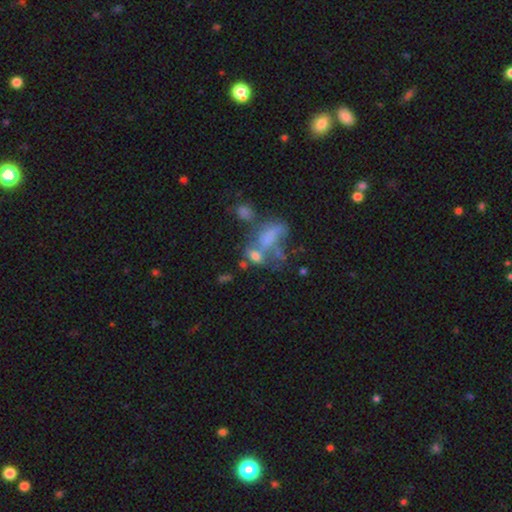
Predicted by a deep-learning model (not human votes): Q: Smooth or featured?
A: smooth (50%); runner-up: featured or disk (32%)
Q: How rounded?
A: in between (73%); runner-up: round (22%)
Q: Merging?
A: merger (44%); runner-up: none (23%)